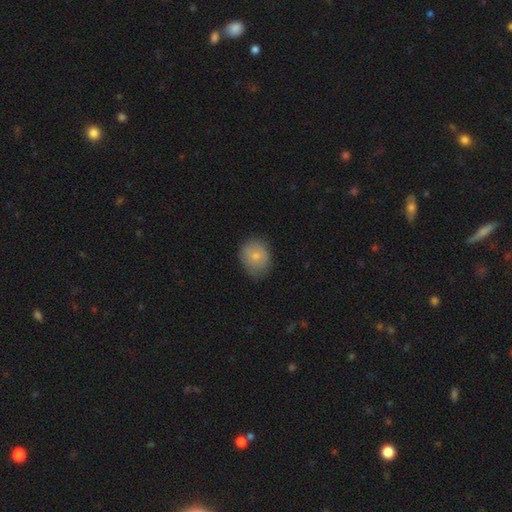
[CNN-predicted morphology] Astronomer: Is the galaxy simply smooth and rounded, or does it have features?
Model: smooth — 77%.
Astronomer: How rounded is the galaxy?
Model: round — 61% (runner-up: in between, 38%).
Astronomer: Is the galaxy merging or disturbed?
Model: none — 69%.